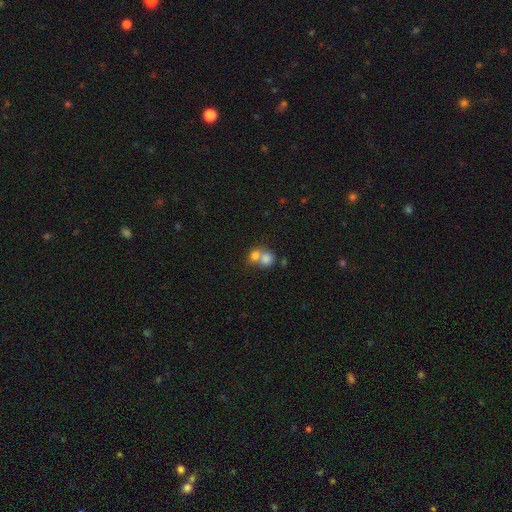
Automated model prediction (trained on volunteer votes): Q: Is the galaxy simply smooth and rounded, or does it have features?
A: smooth — 77%.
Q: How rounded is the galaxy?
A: round — 77%.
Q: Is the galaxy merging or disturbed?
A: merger — 65%.